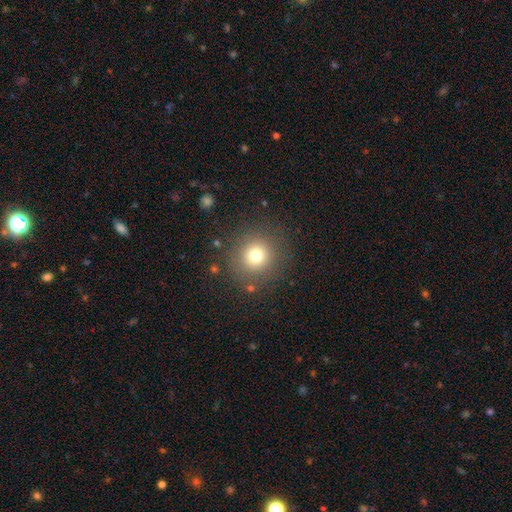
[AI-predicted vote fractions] Smooth or featured? smooth (75%)
How rounded? round (93%)
Merging? none (86%)